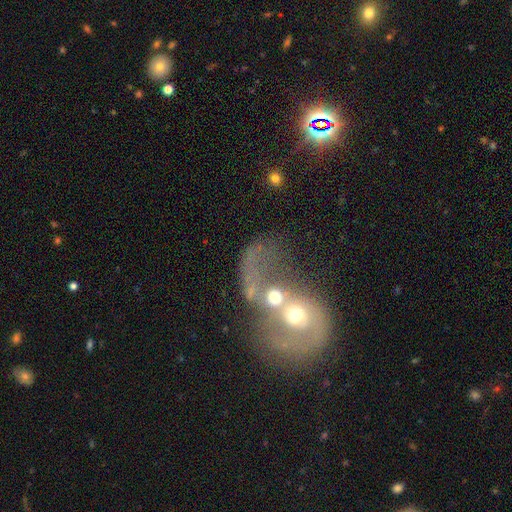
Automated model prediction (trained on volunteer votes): A featured or disk galaxy (60%) with no bar (79%), spiral arms (54%) and a moderate central bulge (62%).

Vote fractions:
- Smooth or featured? featured or disk: 60% / smooth: 26% / star or artifact: 14%
- Edge-on disk? no: 97% / yes: 3%
- Bar? no: 79% / weak: 16% / strong: 5%
- Spiral arms? yes: 54% / no: 46%
- Bulge size? moderate: 62% / small: 20% / large: 9% / none: 6% / dominant: 3%
- Merging? merger: 77% / major disturbance: 12% / none: 7% / minor disturbance: 4%